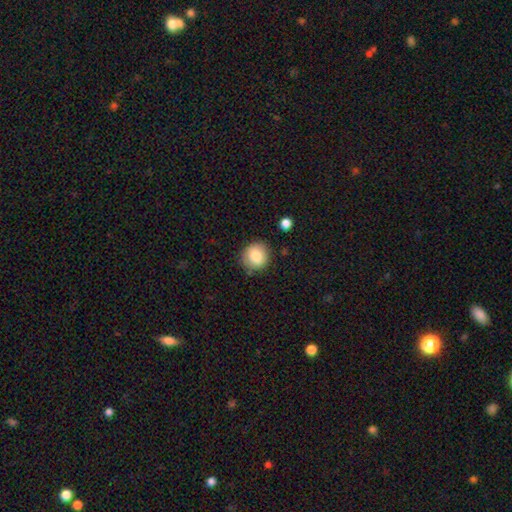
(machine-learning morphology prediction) This is clearly a smooth galaxy (83%). How rounded: clearly round (90%). Merging: clearly none (83%).